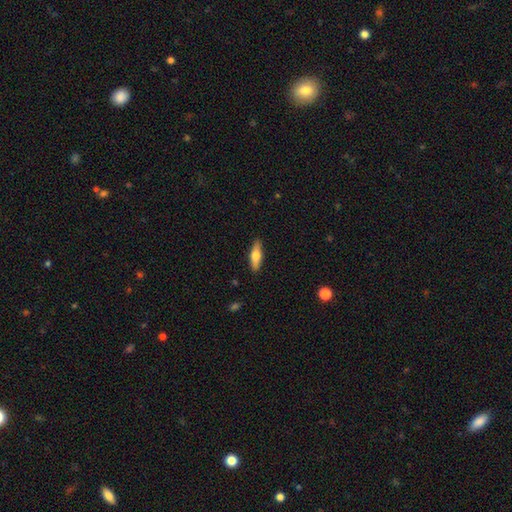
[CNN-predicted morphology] This is possibly a smooth galaxy (56%). How rounded: possibly cigar-shaped (54%). Merging: clearly none (89%).